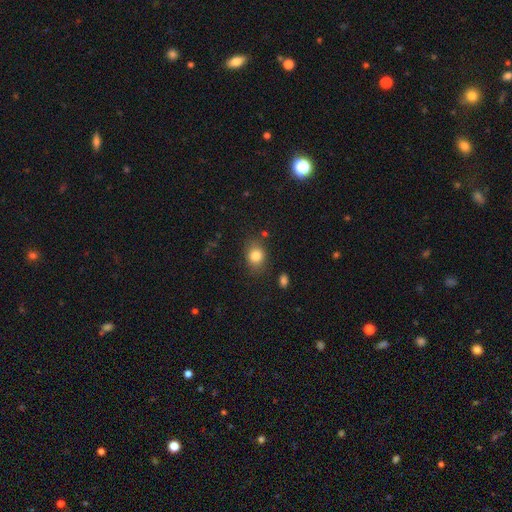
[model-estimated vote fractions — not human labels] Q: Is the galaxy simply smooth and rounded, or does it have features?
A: smooth — 83%.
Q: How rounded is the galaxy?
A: in between — 53%.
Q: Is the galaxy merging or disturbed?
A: none — 79%.